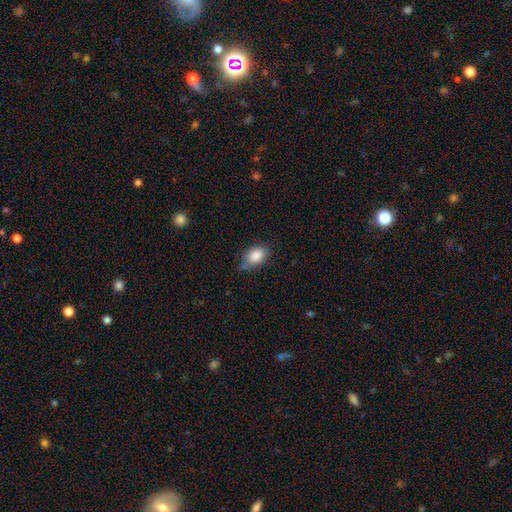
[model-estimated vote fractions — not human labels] Smooth or featured: smooth — 86% (star or artifact — 8%)
How rounded: in between — 81% (round — 17%)
Merging: none — 61% (minor disturbance — 29%)